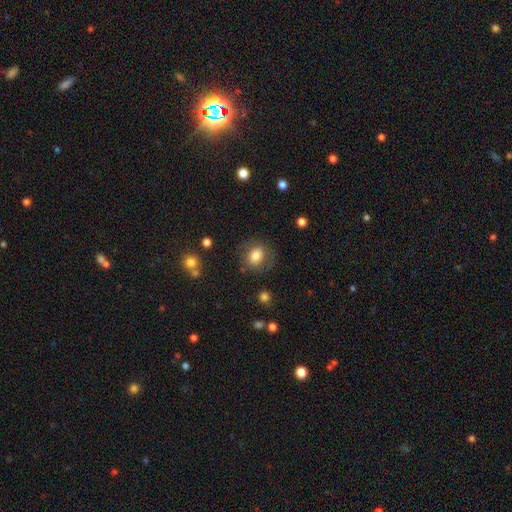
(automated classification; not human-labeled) Overall: smooth (78%). How rounded: round (59%; in between 40%). Merging: none (74%).